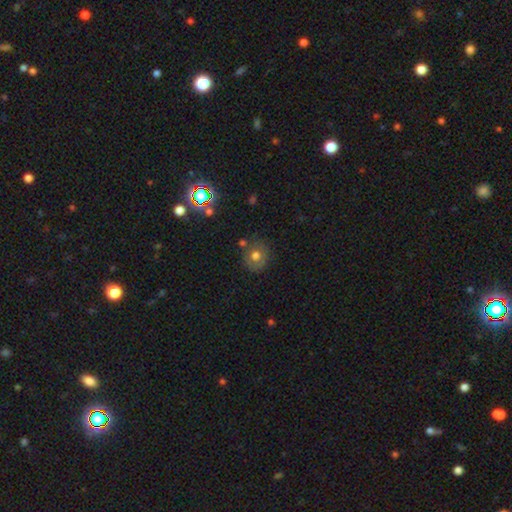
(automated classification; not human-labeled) This is likely a smooth galaxy (66%). How rounded: clearly round (81%). Merging: likely none (75%).